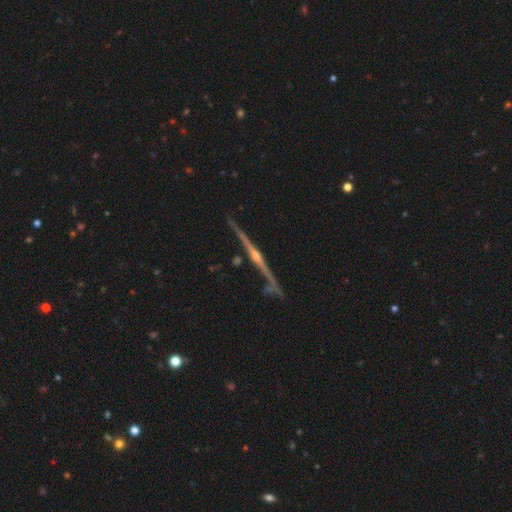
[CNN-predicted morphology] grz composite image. It shows a featured or disk galaxy (88%) viewed edge-on (97%) with a rounded central bulge (85%). Merging: none (80%).